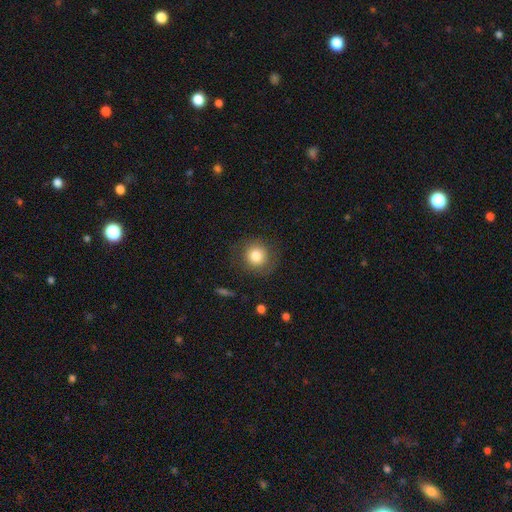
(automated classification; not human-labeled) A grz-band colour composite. It shows a smooth galaxy with no disk features (79%) that is round (89%). Merging: none (79%).